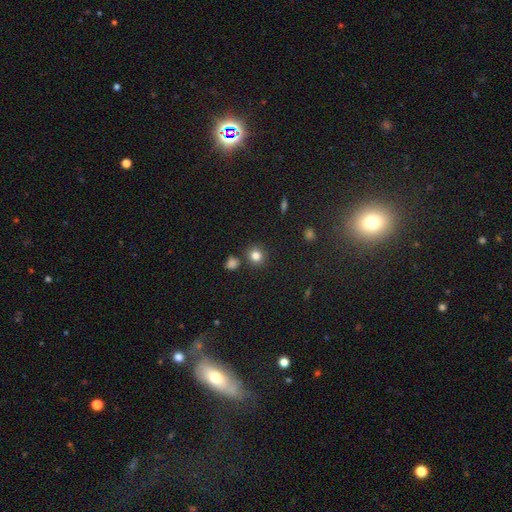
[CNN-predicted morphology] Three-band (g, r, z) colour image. It shows a smooth galaxy with no disk features (82%) that is round (88%). Merging: none (84%).